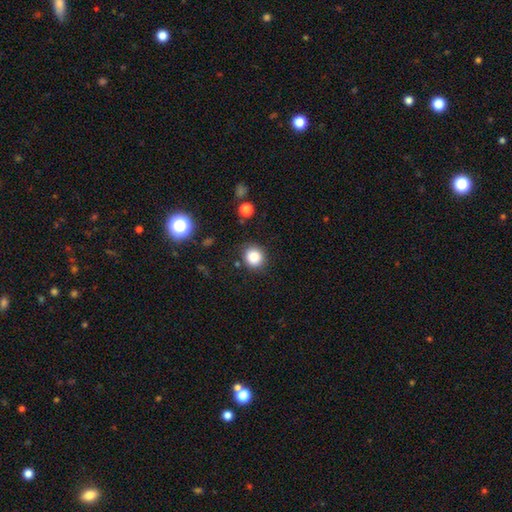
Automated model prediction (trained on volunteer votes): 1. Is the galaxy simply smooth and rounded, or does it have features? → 81% smooth, 15% star or artifact, 4% featured or disk.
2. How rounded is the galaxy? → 87% round, 12% in between, 1% cigar-shaped.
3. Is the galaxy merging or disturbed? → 89% none, 7% minor disturbance, 2% major disturbance, 1% merger.